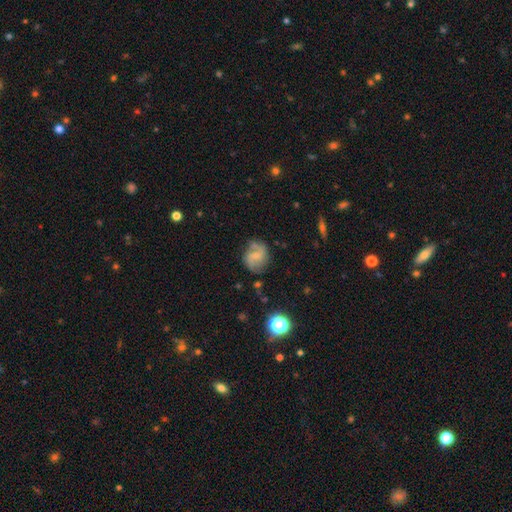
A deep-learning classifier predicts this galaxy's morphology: Smooth or featured? featured or disk (65%)
Edge-on disk? no (98%)
Bar? weak (48%)
Spiral arms? yes (90%)
Spiral winding? medium (47%)
Spiral arm count? 2 (83%)
Bulge size? small (49%)
Merging? none (66%)